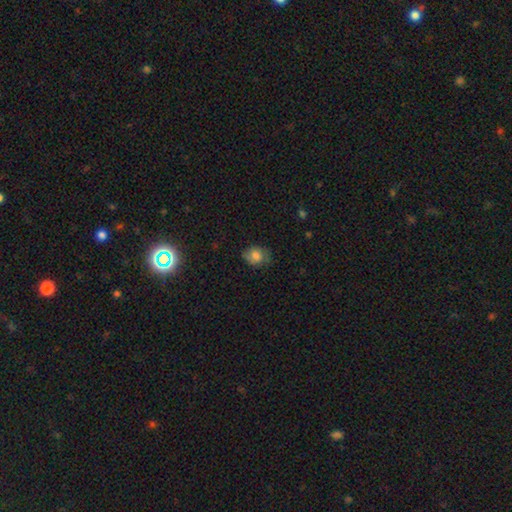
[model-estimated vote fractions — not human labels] Q: Smooth or featured?
A: smooth (75%); runner-up: featured or disk (15%)
Q: How rounded?
A: in between (51%); runner-up: round (48%)
Q: Merging?
A: none (63%); runner-up: minor disturbance (27%)